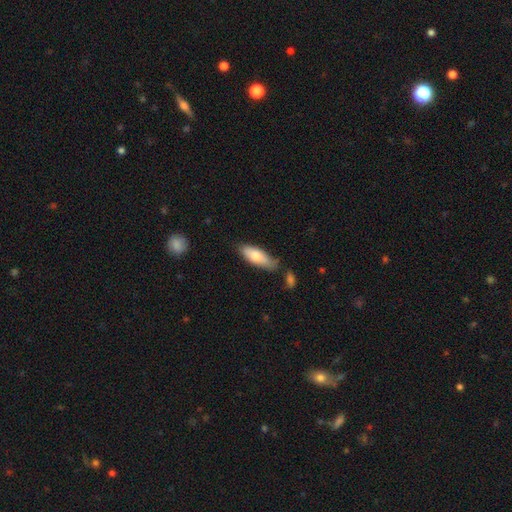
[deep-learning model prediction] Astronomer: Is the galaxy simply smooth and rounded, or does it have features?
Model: smooth — 75%.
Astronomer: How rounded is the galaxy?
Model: in between — 71%.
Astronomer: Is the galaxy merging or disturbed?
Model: none — 64%.